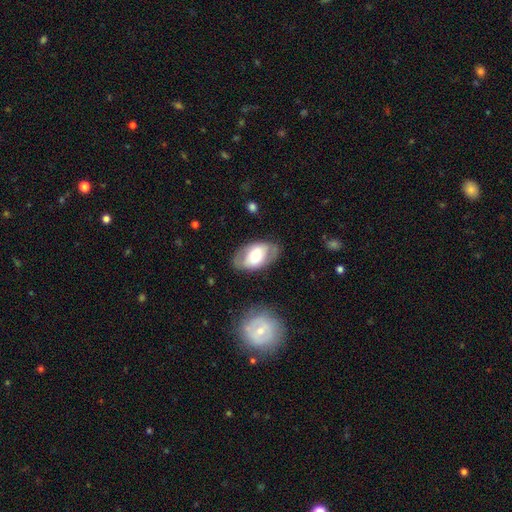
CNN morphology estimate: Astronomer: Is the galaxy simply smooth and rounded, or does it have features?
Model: smooth — 48% (runner-up: featured or disk, 46%).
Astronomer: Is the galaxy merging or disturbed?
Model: none — 78%.